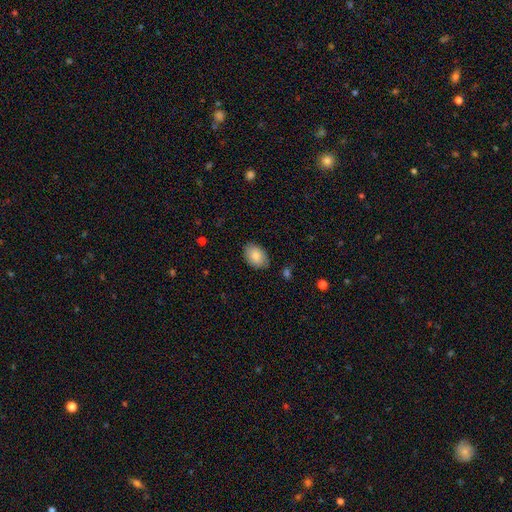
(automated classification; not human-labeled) A smooth galaxy with no disk features (86%) that is in between round and cigar-shaped (84%).

Vote fractions:
- Smooth or featured? smooth: 86% / featured or disk: 8% / star or artifact: 7%
- How rounded? in between: 84% / round: 15% / cigar-shaped: 1%
- Merging? none: 85% / minor disturbance: 11% / major disturbance: 2% / merger: 1%